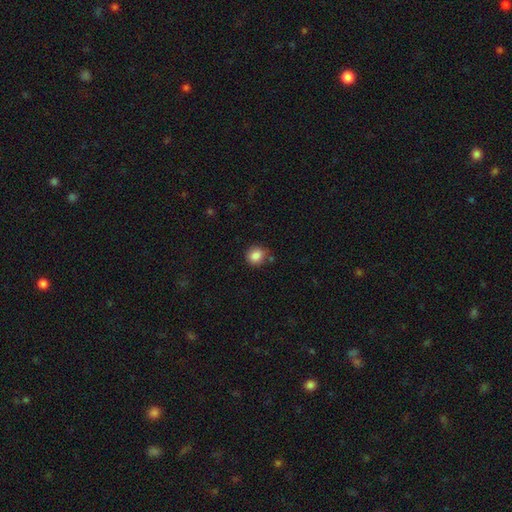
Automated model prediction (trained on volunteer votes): A smooth galaxy with no disk features (86%) that is round (84%).

Vote fractions:
- Smooth or featured? smooth: 86% / star or artifact: 9% / featured or disk: 4%
- How rounded? round: 84% / in between: 15% / cigar-shaped: 1%
- Merging? none: 78% / minor disturbance: 14% / merger: 5% / major disturbance: 3%